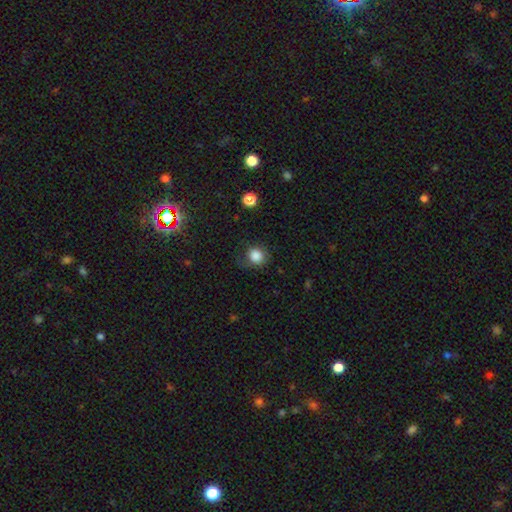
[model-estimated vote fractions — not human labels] The model was most divided on "merging": none: 61%, minor disturbance: 23%, major disturbance: 15%, merger: 2%. More confident: smooth or featured — smooth (82%); how rounded — round (77%).